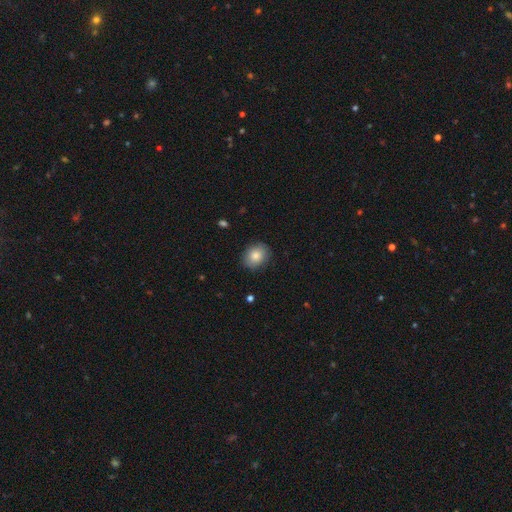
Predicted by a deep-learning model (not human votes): smooth_or_featured: smooth (p=0.84) [alt: featured or disk p=0.08]
how_rounded: round (p=0.58) [alt: in between p=0.41]
merging: none (p=0.86) [alt: minor disturbance p=0.11]